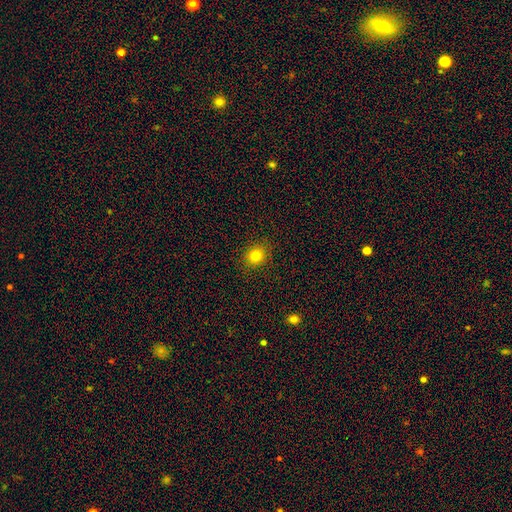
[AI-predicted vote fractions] A smooth galaxy with no disk features (81%) that is round (76%). Merging: none (90%).